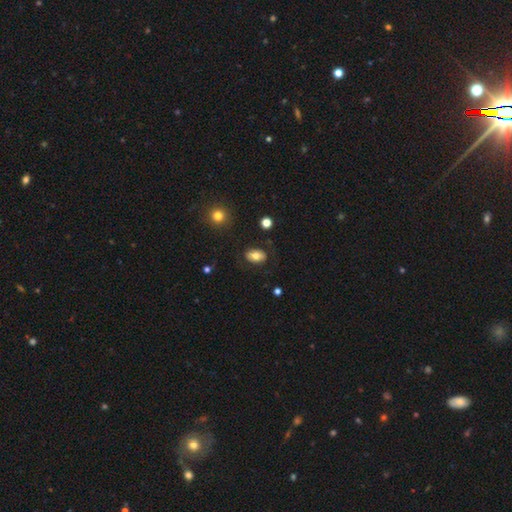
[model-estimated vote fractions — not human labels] This appears to be a smooth galaxy with no disk features (73%) that is in between round and cigar-shaped (86%). Merging: none (81%).